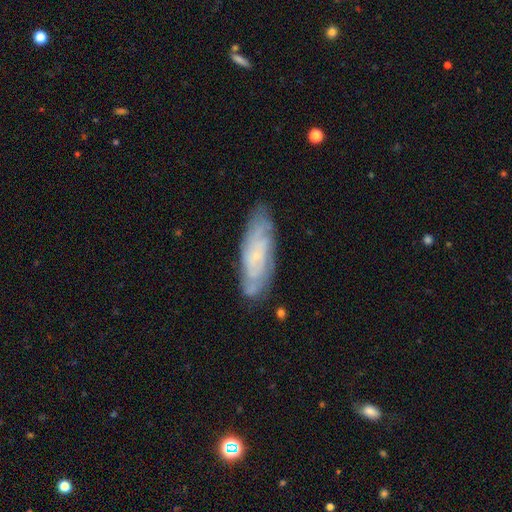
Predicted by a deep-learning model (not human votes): Smooth or featured? featured or disk (68%)
Edge-on disk? no (83%)
Bar? no (71%)
Spiral arms? yes (88%)
Bulge size? small (77%)
Merging? none (77%)